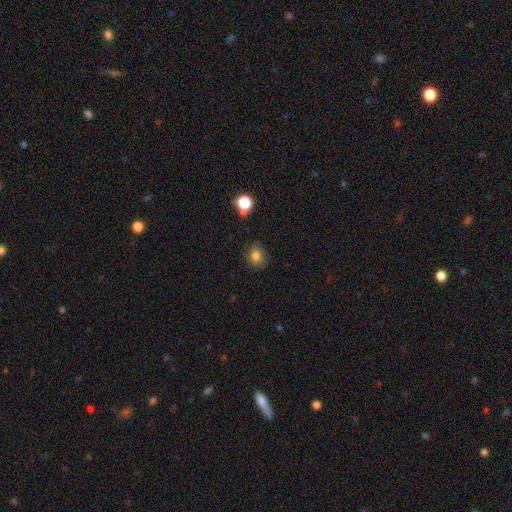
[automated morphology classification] Smooth or featured: smooth — 79% (star or artifact — 14%)
How rounded: round — 70% (in between — 29%)
Merging: none — 83% (minor disturbance — 12%)